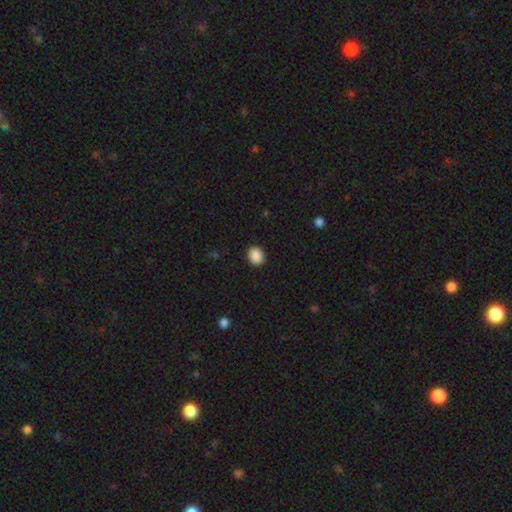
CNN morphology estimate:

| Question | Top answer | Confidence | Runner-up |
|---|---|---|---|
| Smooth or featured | smooth | 89% | star or artifact (8%) |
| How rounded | round | 72% | in between (27%) |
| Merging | none | 91% | minor disturbance (6%) |